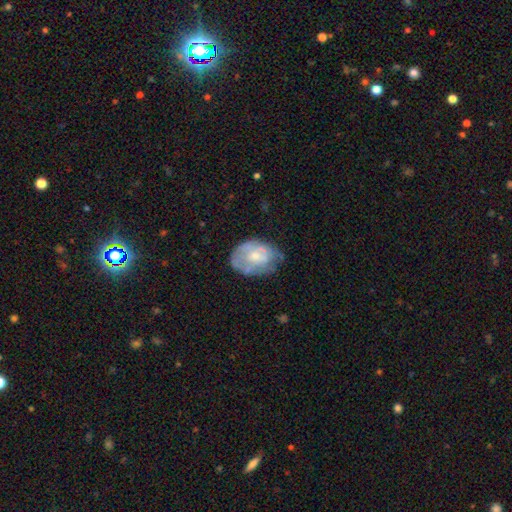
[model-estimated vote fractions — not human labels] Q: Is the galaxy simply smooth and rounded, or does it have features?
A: featured or disk — 47%.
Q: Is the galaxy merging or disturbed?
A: none — 52%.